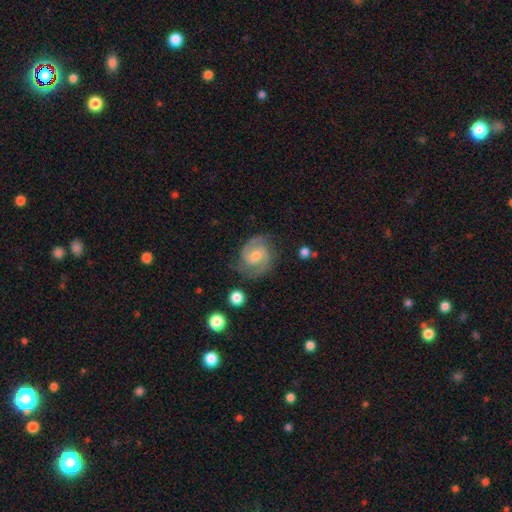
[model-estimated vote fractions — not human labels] The model was most divided on "spiral winding": medium: 51%, tight: 37%, loose: 13%. More confident: edge-on disk — no (98%); spiral arms — yes (96%); spiral arm count — 2 (88%); smooth or featured — featured or disk (81%); merging — none (78%); bulge size — moderate (56%); bar — weak (51%).